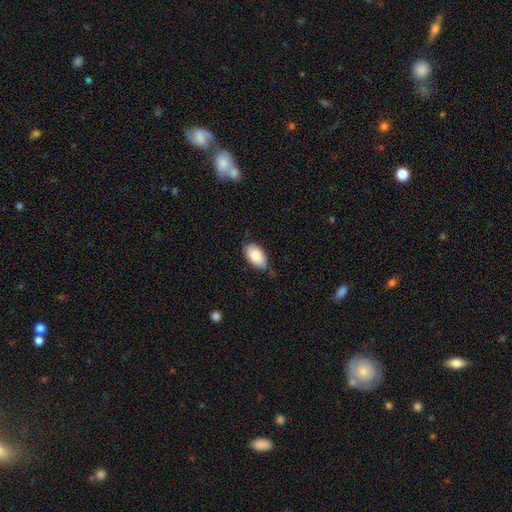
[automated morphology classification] smooth_or_featured: smooth (p=0.86) [alt: featured or disk p=0.08]
how_rounded: in between (p=0.94) [alt: round p=0.04]
merging: none (p=0.69) [alt: minor disturbance p=0.26]